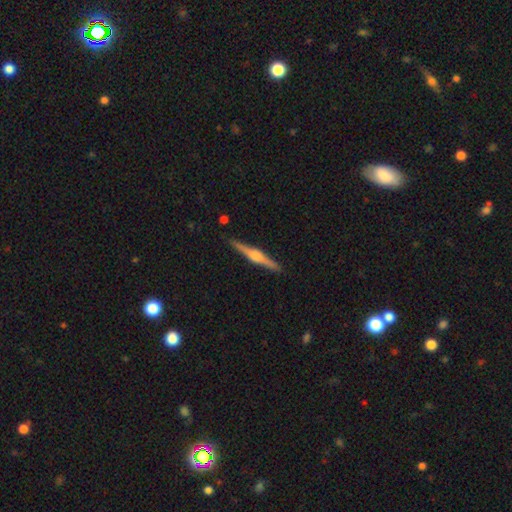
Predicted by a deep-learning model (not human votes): Q: Smooth or featured?
A: featured or disk (79%); runner-up: smooth (15%)
Q: Edge-on disk?
A: yes (98%); runner-up: no (2%)
Q: Edge-on bulge?
A: rounded (88%); runner-up: boxy (9%)
Q: Merging?
A: none (91%); runner-up: minor disturbance (7%)